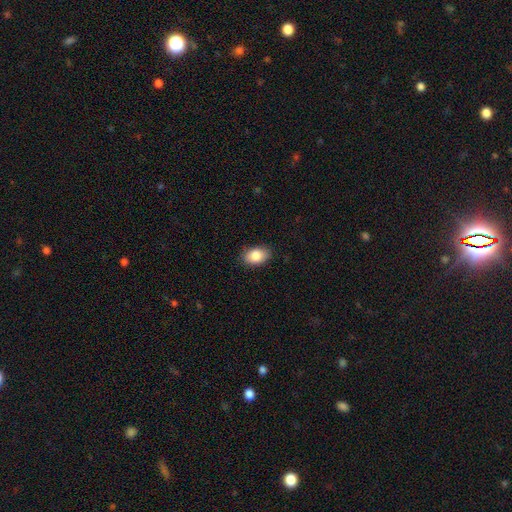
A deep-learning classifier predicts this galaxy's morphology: type=smooth (86%); roundness=in between (87%); merging=none (85%).